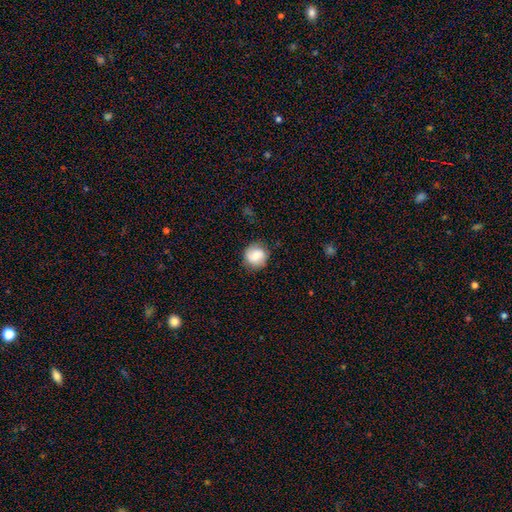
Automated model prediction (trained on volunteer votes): Morphology: type=smooth (74%); roundness=round (90%); merging=none (82%).